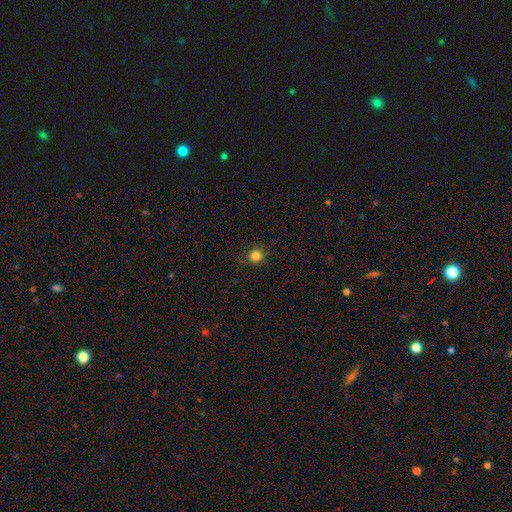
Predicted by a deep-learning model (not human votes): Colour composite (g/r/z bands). It shows a smooth galaxy with no disk features (83%) that is round (91%). Merging: none (87%).